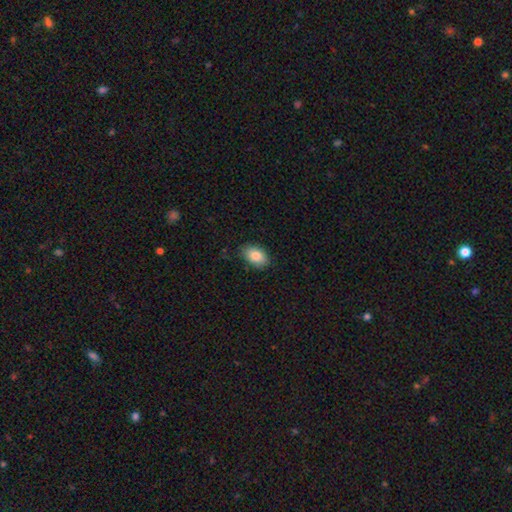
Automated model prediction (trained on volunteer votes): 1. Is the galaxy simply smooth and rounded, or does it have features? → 84% smooth, 9% featured or disk, 7% star or artifact.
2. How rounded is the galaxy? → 90% in between, 8% round, 1% cigar-shaped.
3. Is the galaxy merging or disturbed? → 84% none, 13% minor disturbance, 2% major disturbance, 1% merger.